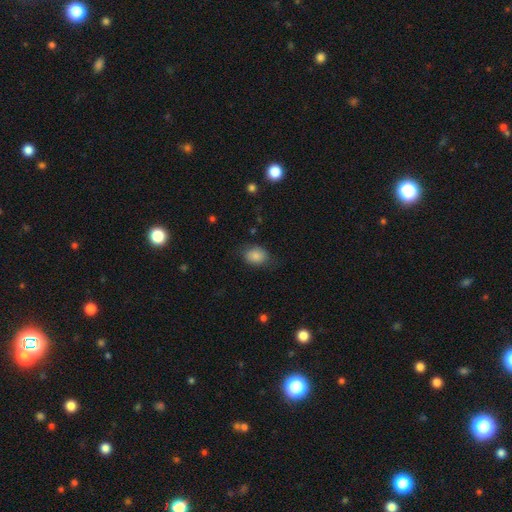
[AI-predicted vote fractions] The model was most divided on "how rounded": in between: 61%, round: 38%, cigar-shaped: 1%. More confident: smooth or featured — smooth (84%); merging — none (72%).